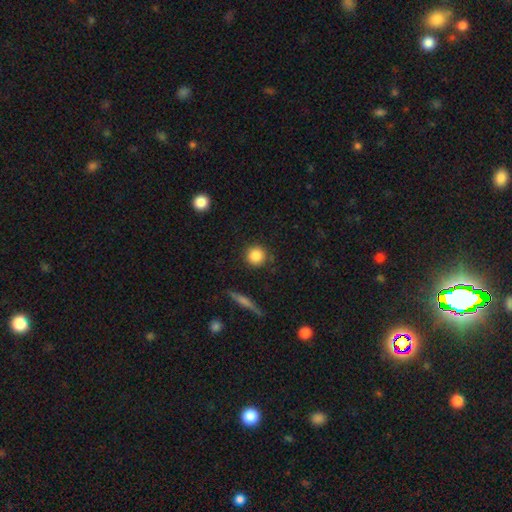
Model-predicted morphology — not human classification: smooth-or-featured: smooth: 86% | star or artifact: 9% | featured or disk: 6%
  how-rounded: round: 92% | in between: 6% | cigar-shaped: 1%
  merging: none: 87% | minor disturbance: 8% | major disturbance: 3% | merger: 2%